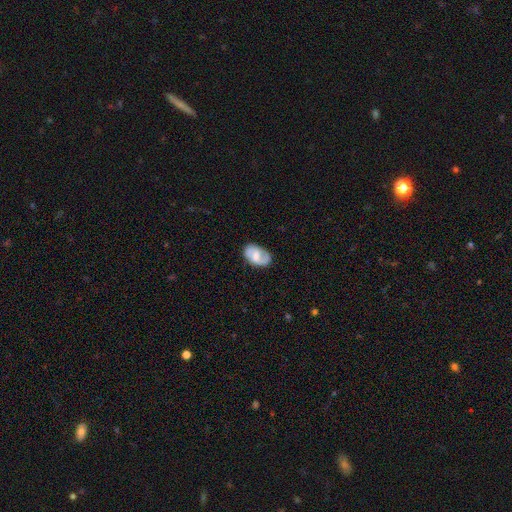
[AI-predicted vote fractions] Morphology: type=featured or disk (57%); edge-on=no (96%); bar=weak (46%); spiral arms=yes (81%); bulge=moderate (48%); merging=none (70%).